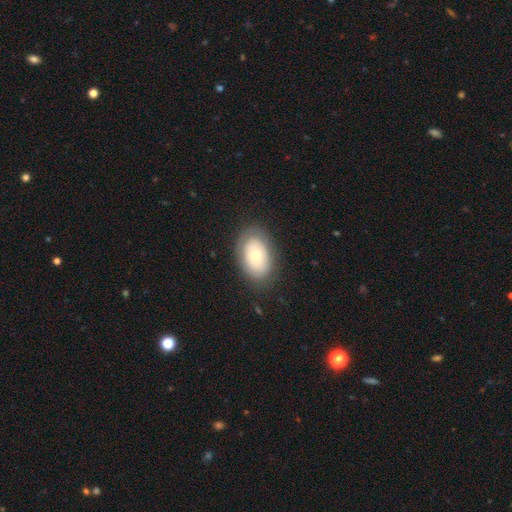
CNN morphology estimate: Smooth or featured?
  - smooth: 62% *
  - featured or disk: 30%
  - star or artifact: 7%
How rounded?
  - in between: 86% *
  - round: 13%
  - cigar-shaped: 1%
Merging?
  - none: 80% *
  - minor disturbance: 14%
  - major disturbance: 5%
  - merger: 1%